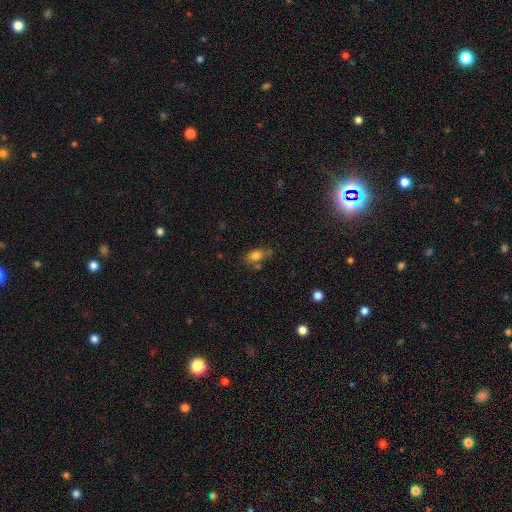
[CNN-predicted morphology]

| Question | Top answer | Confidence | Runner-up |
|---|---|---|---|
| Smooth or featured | smooth | 78% | star or artifact (12%) |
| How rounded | in between | 82% | round (14%) |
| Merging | none | 59% | minor disturbance (19%) |